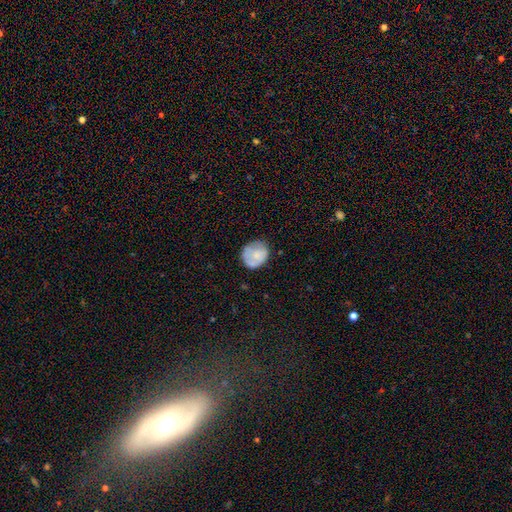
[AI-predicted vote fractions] A smooth galaxy with no disk features (70%) that is round (72%).

Vote fractions:
- Smooth or featured? smooth: 70% / featured or disk: 22% / star or artifact: 7%
- How rounded? round: 72% / in between: 28% / cigar-shaped: 1%
- Merging? none: 65% / minor disturbance: 25% / major disturbance: 8% / merger: 2%